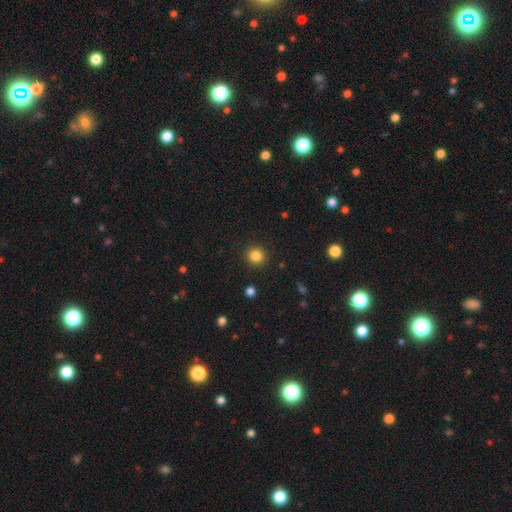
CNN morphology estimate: smooth 85%, star or artifact 11%, featured or disk 4%. Down the decision tree: how rounded — round (92%); merging — none (92%).